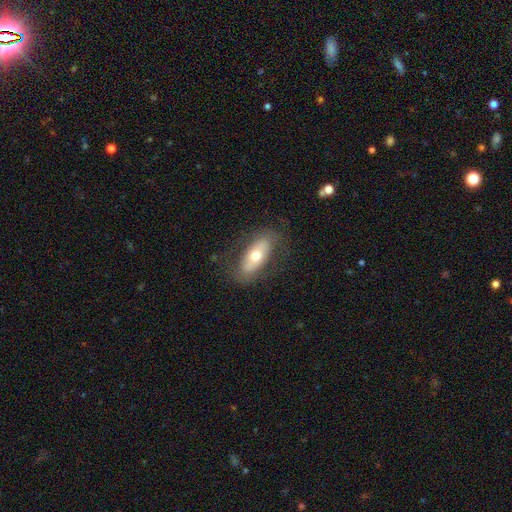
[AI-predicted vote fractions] smooth 53%, featured or disk 41%, star or artifact 6%. Down the decision tree: how rounded — in between (79%); merging — none (79%).